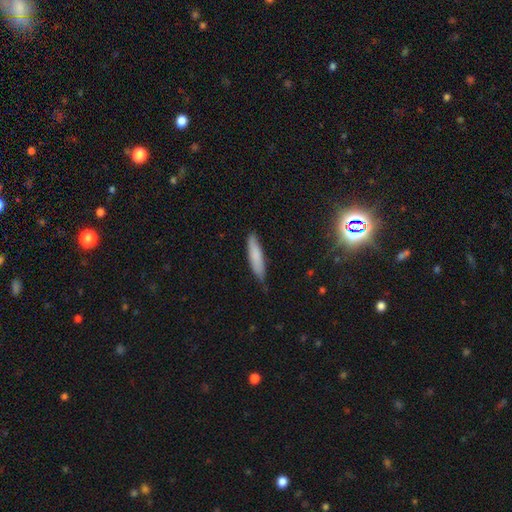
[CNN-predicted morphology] Smooth or featured?
  - smooth: 78% *
  - featured or disk: 15%
  - star or artifact: 7%
How rounded?
  - cigar-shaped: 79% *
  - in between: 20%
  - round: 1%
Merging?
  - none: 77% *
  - minor disturbance: 19%
  - major disturbance: 3%
  - merger: 1%